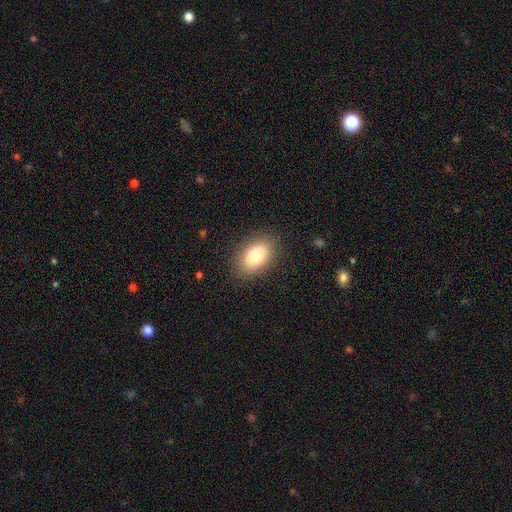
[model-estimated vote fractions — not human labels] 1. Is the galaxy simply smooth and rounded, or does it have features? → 81% smooth, 11% featured or disk, 8% star or artifact.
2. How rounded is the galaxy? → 89% in between, 9% round, 1% cigar-shaped.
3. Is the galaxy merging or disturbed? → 86% none, 10% minor disturbance, 3% major disturbance, 1% merger.